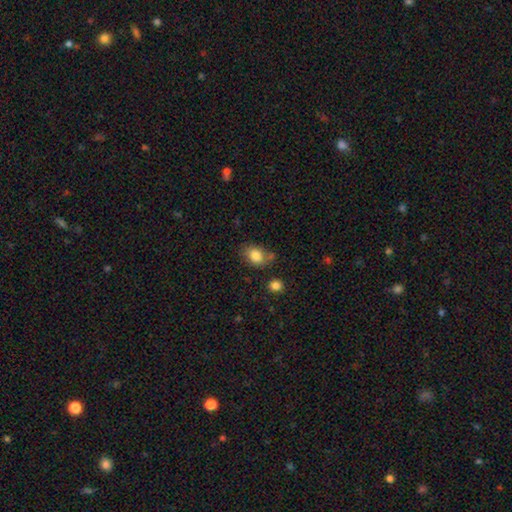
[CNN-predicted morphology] Smooth or featured?
  - smooth: 84% *
  - star or artifact: 9%
  - featured or disk: 7%
How rounded?
  - in between: 60% *
  - round: 39%
  - cigar-shaped: 1%
Merging?
  - none: 64% *
  - minor disturbance: 20%
  - merger: 11%
  - major disturbance: 5%